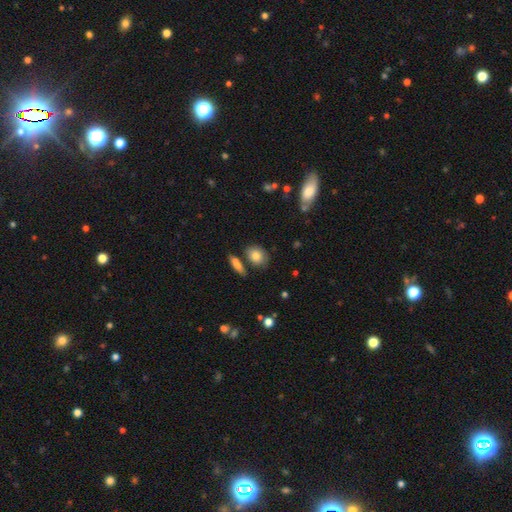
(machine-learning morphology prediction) Smooth or featured?
  - smooth: 82% *
  - featured or disk: 10%
  - star or artifact: 8%
How rounded?
  - in between: 58% *
  - round: 38%
  - cigar-shaped: 3%
Merging?
  - none: 68% *
  - minor disturbance: 16%
  - merger: 12%
  - major disturbance: 5%